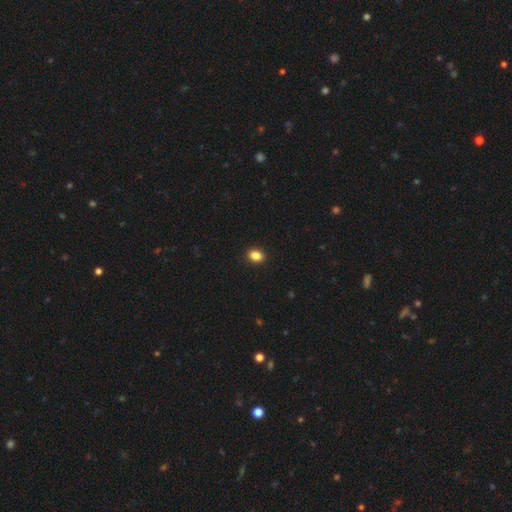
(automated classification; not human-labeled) Smooth or featured? Predicted: smooth (p=0.86). How rounded? Predicted: in between (p=0.57). Merging? Predicted: none (p=0.92).